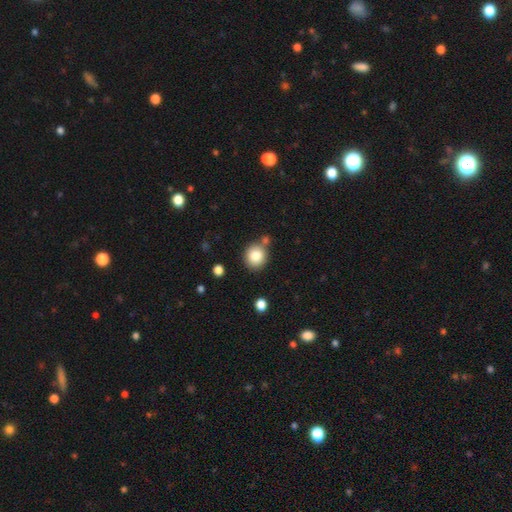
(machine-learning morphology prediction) Smooth or featured?
  - smooth: 83% *
  - star or artifact: 9%
  - featured or disk: 7%
How rounded?
  - round: 83% *
  - in between: 17%
  - cigar-shaped: 1%
Merging?
  - none: 73% *
  - merger: 12%
  - minor disturbance: 11%
  - major disturbance: 3%